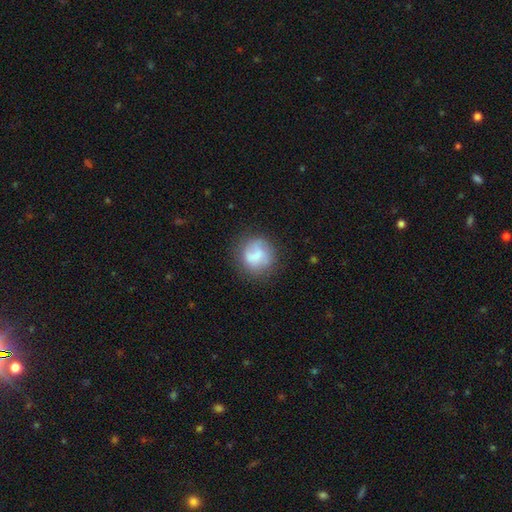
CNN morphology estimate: type=smooth (62%); roundness=round (86%); merging=none (63%).